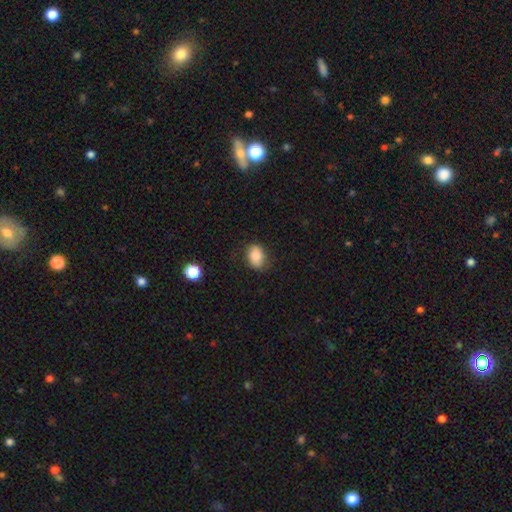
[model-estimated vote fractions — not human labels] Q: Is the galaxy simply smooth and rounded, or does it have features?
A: smooth — 83%.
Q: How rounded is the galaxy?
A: in between — 73%.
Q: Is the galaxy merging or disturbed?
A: none — 73%.